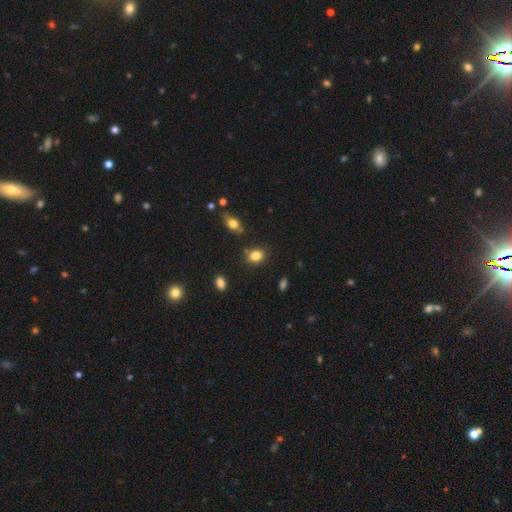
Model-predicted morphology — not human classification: Q: Smooth or featured?
A: smooth (83%); runner-up: star or artifact (10%)
Q: How rounded?
A: in between (56%); runner-up: round (42%)
Q: Merging?
A: none (78%); runner-up: minor disturbance (14%)